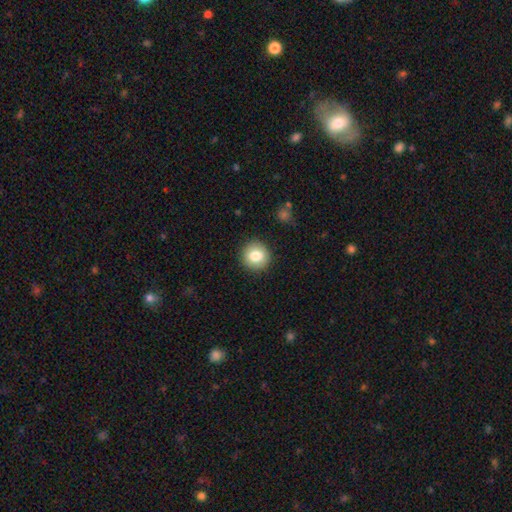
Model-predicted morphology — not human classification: Overall: smooth (81%). How rounded: round (92%). Merging: none (91%).